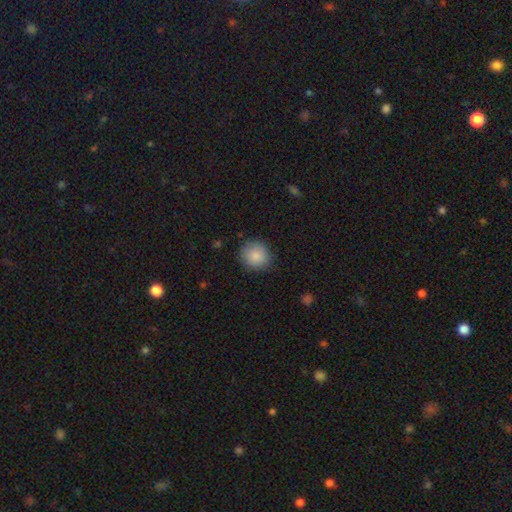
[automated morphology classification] The model was most divided on "merging": none: 85%, minor disturbance: 11%, major disturbance: 3%, merger: 1%. More confident: how rounded — round (88%); smooth or featured — smooth (87%).